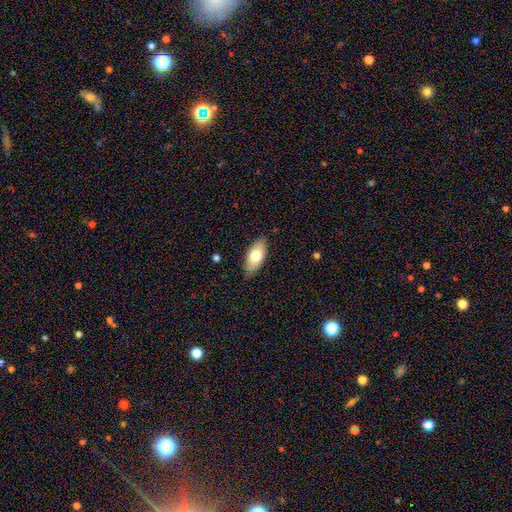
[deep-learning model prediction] This appears to be a smooth galaxy with no disk features (74%) that is in between round and cigar-shaped (91%). Merging: none (85%).